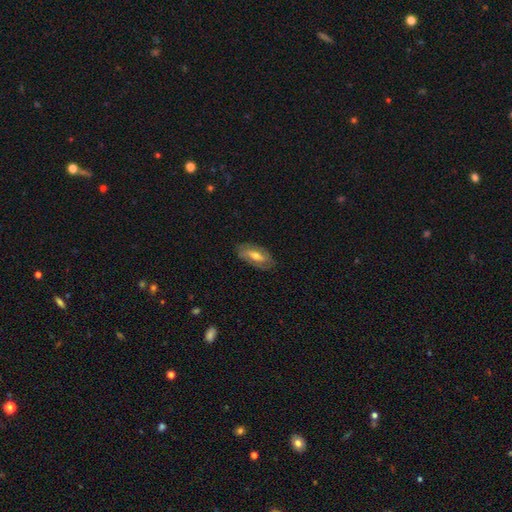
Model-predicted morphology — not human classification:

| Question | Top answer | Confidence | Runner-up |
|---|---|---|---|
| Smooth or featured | featured or disk | 54% | smooth (39%) |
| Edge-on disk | no | 82% | yes (18%) |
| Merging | none | 79% | minor disturbance (16%) |